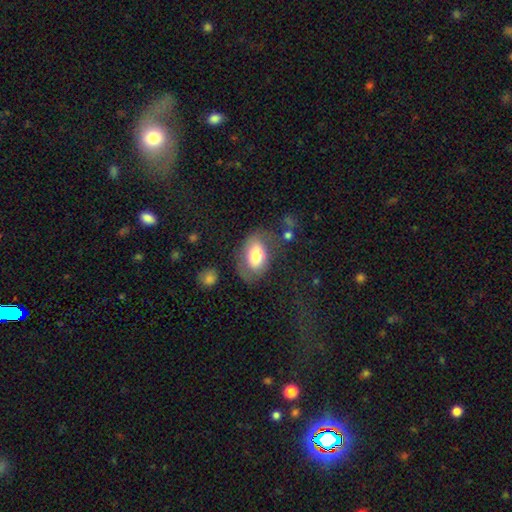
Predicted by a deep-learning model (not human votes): The model was most divided on "merging": none: 55%, minor disturbance: 23%, major disturbance: 17%, merger: 5%. More confident: how rounded — in between (89%); smooth or featured — smooth (71%).